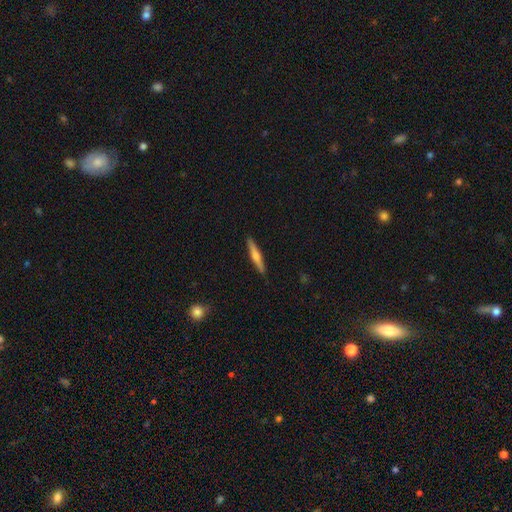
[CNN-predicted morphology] smooth_or_featured: featured or disk (p=0.50) [alt: smooth p=0.44]
merging: none (p=0.91) [alt: minor disturbance p=0.07]